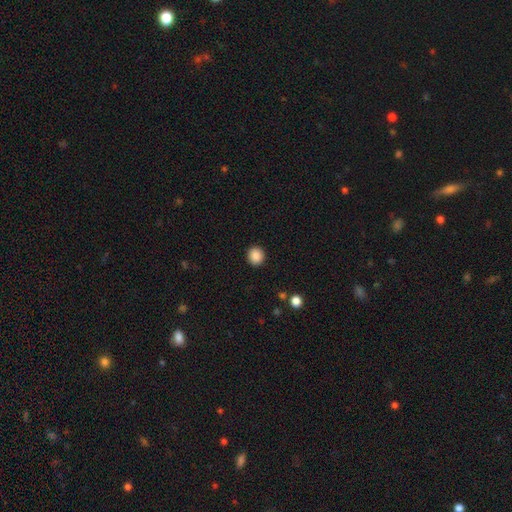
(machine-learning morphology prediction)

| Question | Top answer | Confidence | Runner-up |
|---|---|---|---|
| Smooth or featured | smooth | 88% | star or artifact (9%) |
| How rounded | round | 89% | in between (10%) |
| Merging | none | 92% | minor disturbance (5%) |